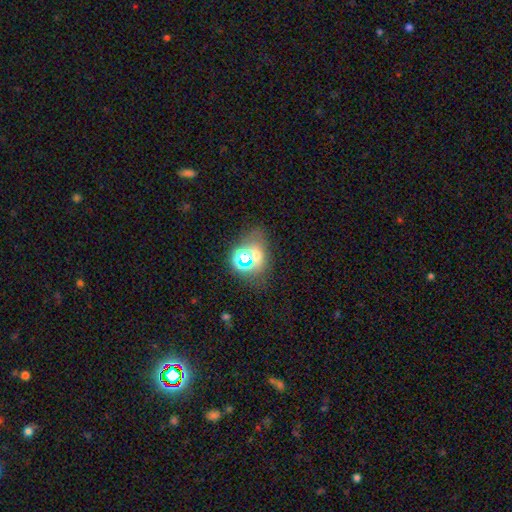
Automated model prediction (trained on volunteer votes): A smooth galaxy with no disk features (42%, tied with star or artifact). Merging: none (52%).